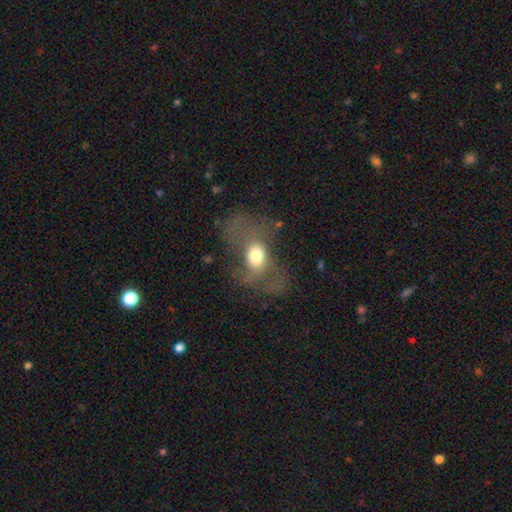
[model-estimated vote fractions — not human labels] Q: Smooth or featured?
A: smooth (51%); runner-up: featured or disk (37%)
Q: How rounded?
A: in between (66%); runner-up: round (32%)
Q: Merging?
A: major disturbance (48%); runner-up: none (30%)